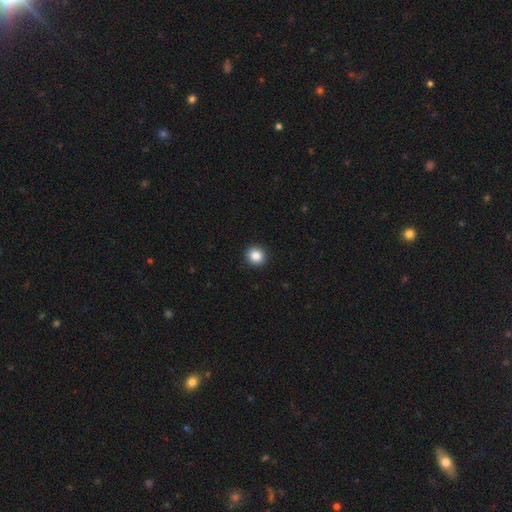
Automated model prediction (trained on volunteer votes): Smooth or featured?
  - smooth: 86% *
  - star or artifact: 10%
  - featured or disk: 4%
How rounded?
  - round: 92% *
  - in between: 7%
  - cigar-shaped: 1%
Merging?
  - none: 93% *
  - minor disturbance: 4%
  - major disturbance: 1%
  - merger: 1%